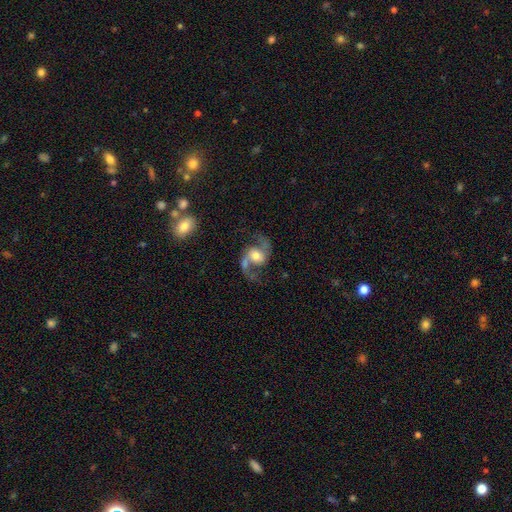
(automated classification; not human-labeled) smooth_or_featured: featured or disk (p=0.88) [alt: smooth p=0.07]
disk_edge_on: no (p=0.98) [alt: yes p=0.02]
bar: no (p=0.51) [alt: weak p=0.35]
has_spiral_arms: yes (p=0.96) [alt: no p=0.04]
spiral_winding: loose (p=0.51) [alt: medium p=0.42]
spiral_arm_count: 2 (p=0.94) [alt: 1 p=0.02]
bulge_size: moderate (p=0.62) [alt: small p=0.17]
merging: none (p=0.70) [alt: minor disturbance p=0.13]